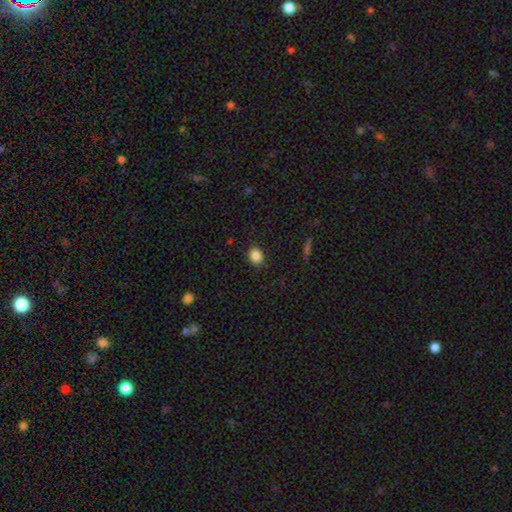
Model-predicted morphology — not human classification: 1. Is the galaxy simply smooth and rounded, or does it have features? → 86% smooth, 10% star or artifact, 4% featured or disk.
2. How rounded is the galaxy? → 50% in between, 49% round, 1% cigar-shaped.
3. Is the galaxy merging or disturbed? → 87% none, 9% minor disturbance, 2% major disturbance, 1% merger.